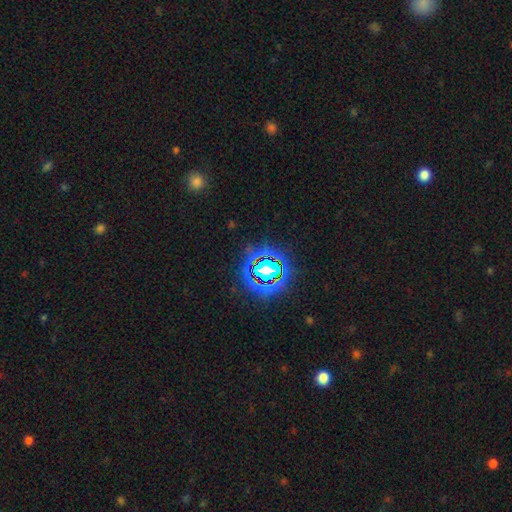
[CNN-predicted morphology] Smooth or featured: star or artifact — 80% (smooth — 13%)